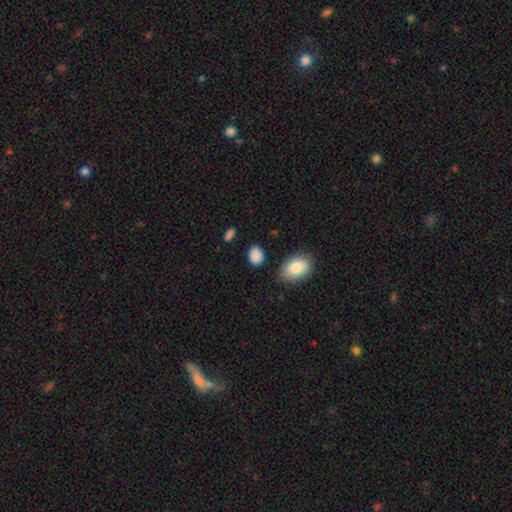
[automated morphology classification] A smooth galaxy with no disk features (88%) that is in between round and cigar-shaped (71%). Merging: none (83%).